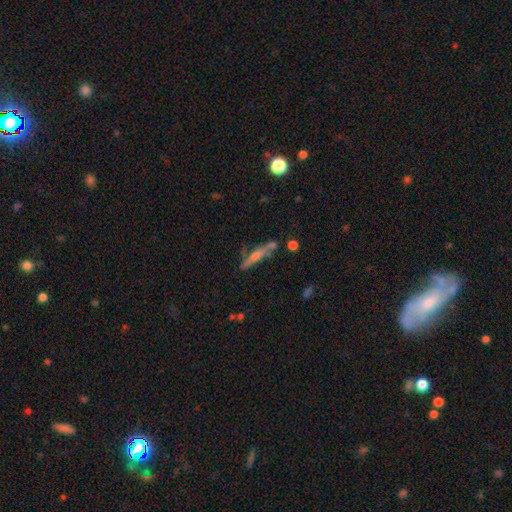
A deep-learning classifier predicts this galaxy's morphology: Smooth or featured: featured or disk — 52% (smooth — 38%)
Edge-on disk: yes — 81% (no — 19%)
Merging: none — 61% (minor disturbance — 20%)